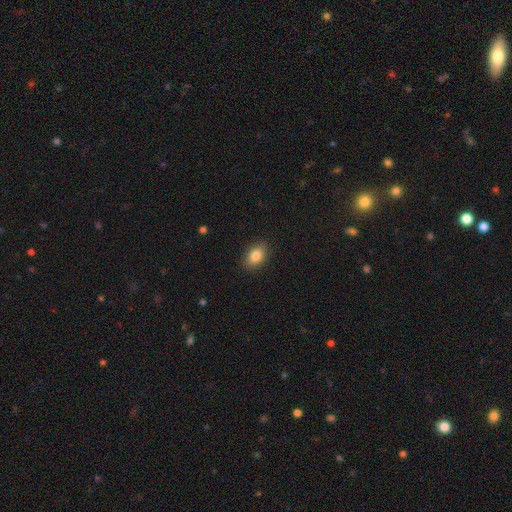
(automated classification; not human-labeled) This is clearly a smooth galaxy (83%). How rounded: clearly in between (84%). Merging: clearly none (86%).